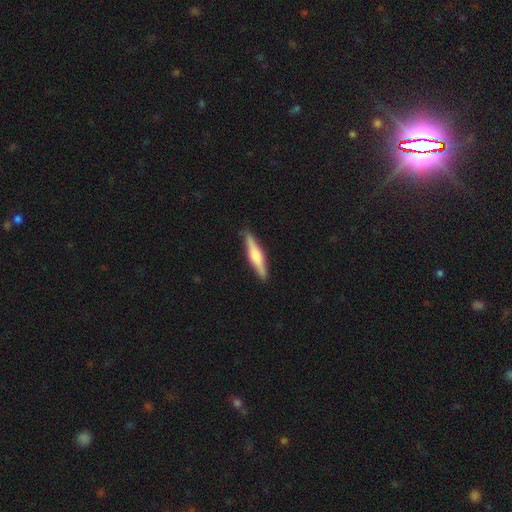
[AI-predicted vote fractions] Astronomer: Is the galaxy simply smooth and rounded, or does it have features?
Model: smooth — 48% (runner-up: featured or disk, 46%).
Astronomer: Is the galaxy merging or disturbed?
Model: none — 89%.